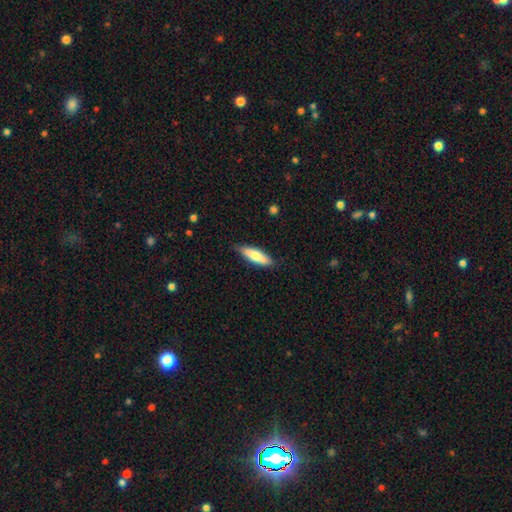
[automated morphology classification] smooth 74%, featured or disk 20%, star or artifact 6%. Down the decision tree: how rounded — cigar-shaped (57%); merging — none (80%).